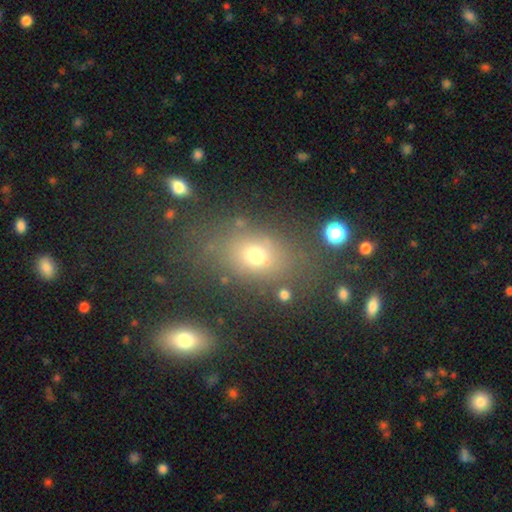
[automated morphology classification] This is likely a smooth galaxy (69%). How rounded: likely in between (71%). Merging: likely none (72%).